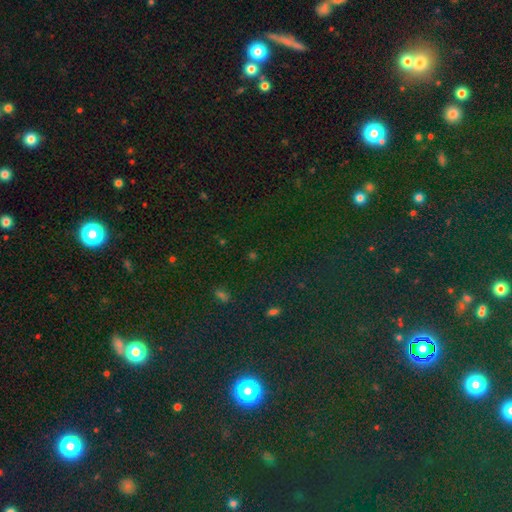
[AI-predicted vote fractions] Smooth or featured: star or artifact — 70% (smooth — 22%)